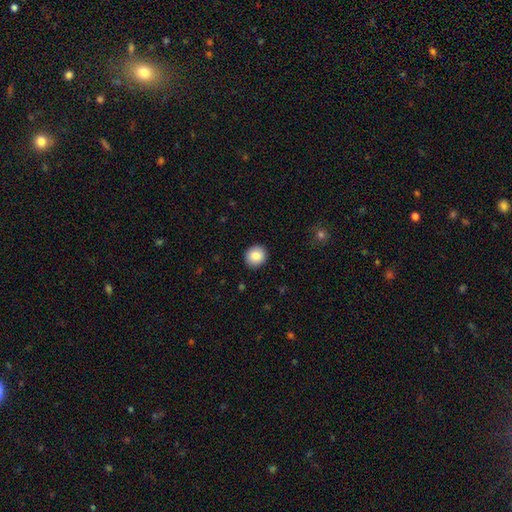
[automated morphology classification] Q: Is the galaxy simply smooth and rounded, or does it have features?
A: smooth — 86%.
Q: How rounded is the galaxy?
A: round — 83%.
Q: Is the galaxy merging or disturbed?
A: none — 91%.